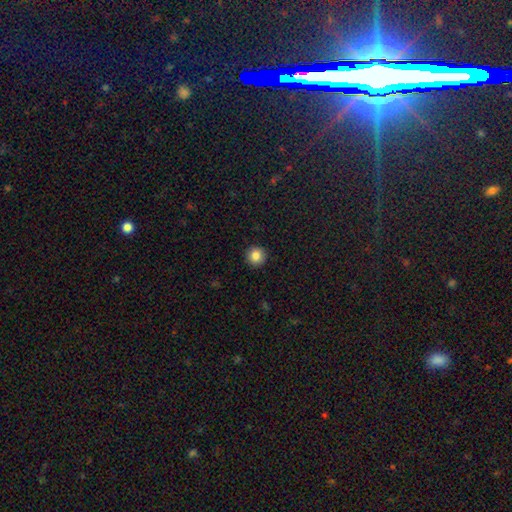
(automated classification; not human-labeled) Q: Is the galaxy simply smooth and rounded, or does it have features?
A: smooth — 85%.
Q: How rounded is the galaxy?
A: round — 95%.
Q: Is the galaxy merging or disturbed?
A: none — 93%.